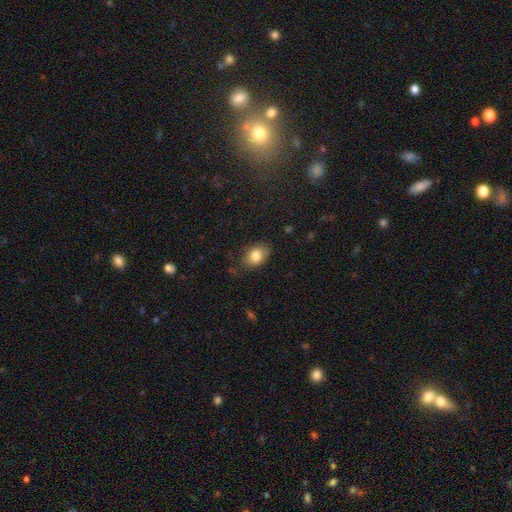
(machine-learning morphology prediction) type=smooth (82%); roundness=in between (82%); merging=none (75%).